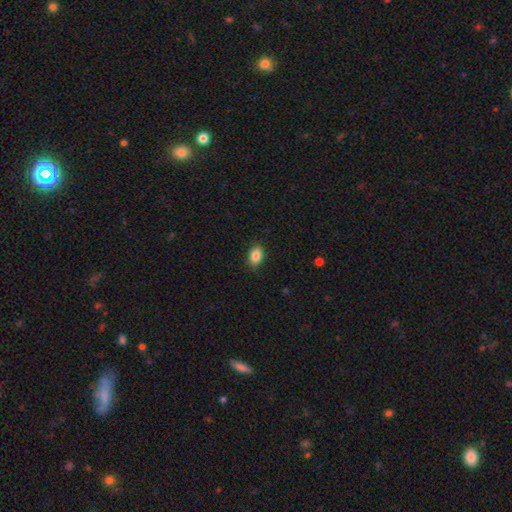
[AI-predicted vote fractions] smooth-or-featured: smooth: 87% | star or artifact: 8% | featured or disk: 5%
  how-rounded: in between: 86% | round: 12% | cigar-shaped: 2%
  merging: none: 83% | minor disturbance: 13% | major disturbance: 3% | merger: 1%